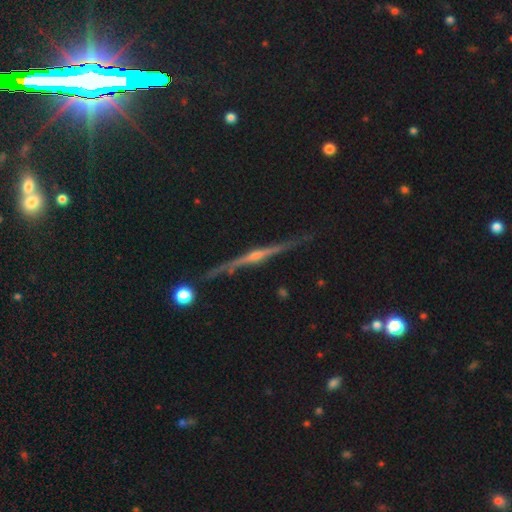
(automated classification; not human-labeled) Morphology: type=featured or disk (82%); edge-on=yes (98%); edge-on bulge=rounded (81%); merging=none (88%).